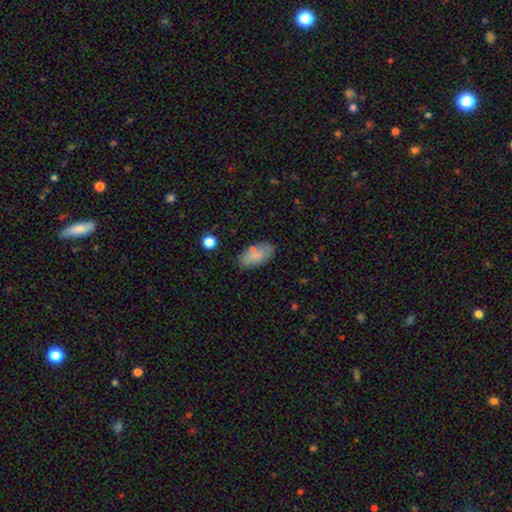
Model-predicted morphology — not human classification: Overall: smooth (78%). How rounded: in between (91%). Merging: none (73%).